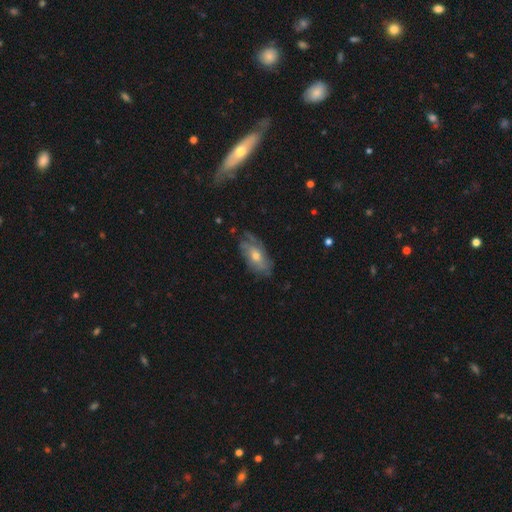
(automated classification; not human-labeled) The model was most divided on "smooth or featured": featured or disk: 60%, smooth: 31%, star or artifact: 8%. More confident: edge-on disk — no (87%); bar — no (76%); spiral arms — yes (72%); merging — none (63%); bulge size — moderate (63%).